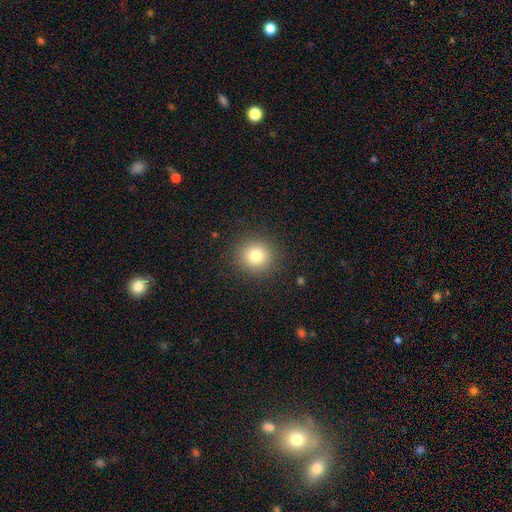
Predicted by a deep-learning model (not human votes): Overall: smooth (80%). How rounded: round (91%). Merging: none (90%).